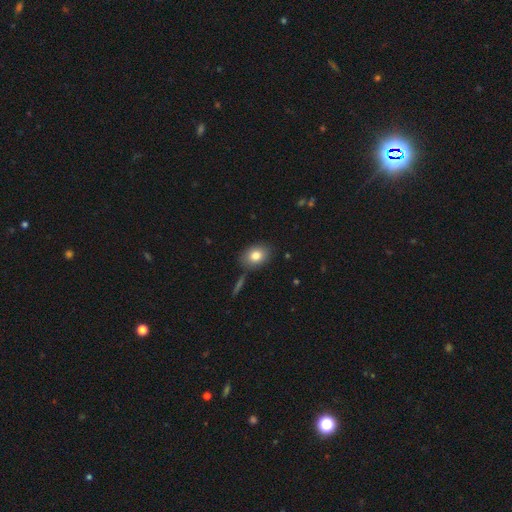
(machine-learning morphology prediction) Smooth or featured? smooth (81%)
How rounded? in between (68%)
Merging? none (83%)